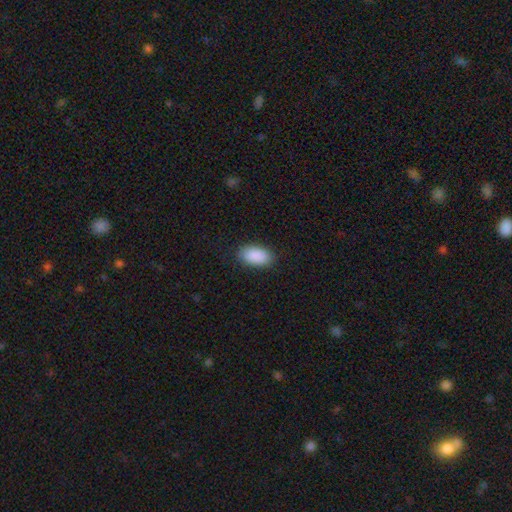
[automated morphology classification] smooth_or_featured: smooth (p=0.91) [alt: star or artifact p=0.06]
how_rounded: in between (p=0.95) [alt: round p=0.03]
merging: none (p=0.88) [alt: minor disturbance p=0.09]